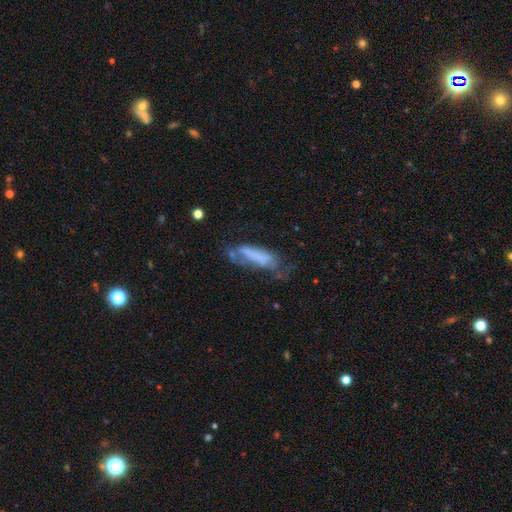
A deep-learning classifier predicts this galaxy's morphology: smooth_or_featured: smooth (p=0.50) [alt: featured or disk p=0.38]
merging: none (p=0.33) [alt: major disturbance p=0.32]